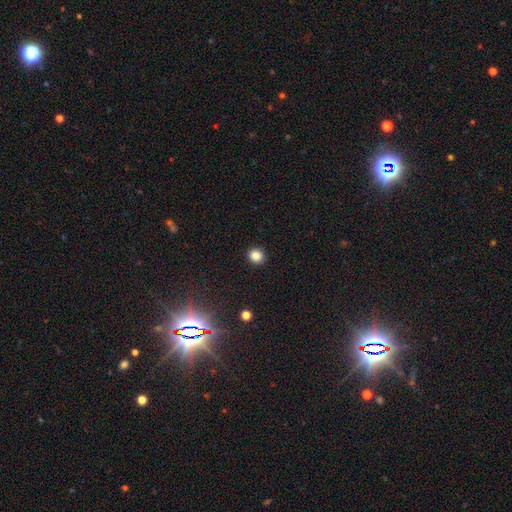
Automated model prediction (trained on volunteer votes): This appears to be a smooth galaxy with no disk features (85%) that is round (82%). Merging: none (92%).